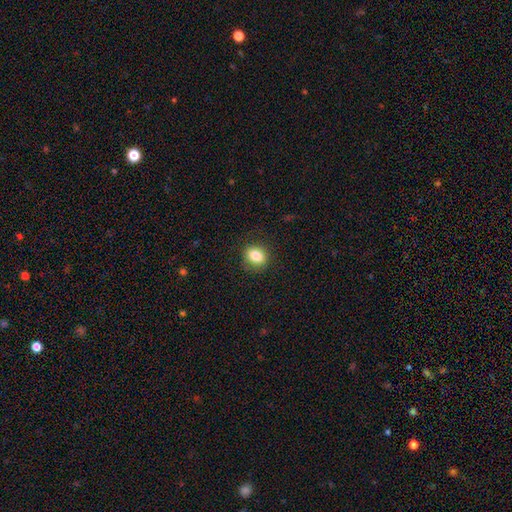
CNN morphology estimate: Smooth or featured? Predicted: smooth (p=0.84). How rounded? Predicted: in between (p=0.50). Merging? Predicted: none (p=0.85).